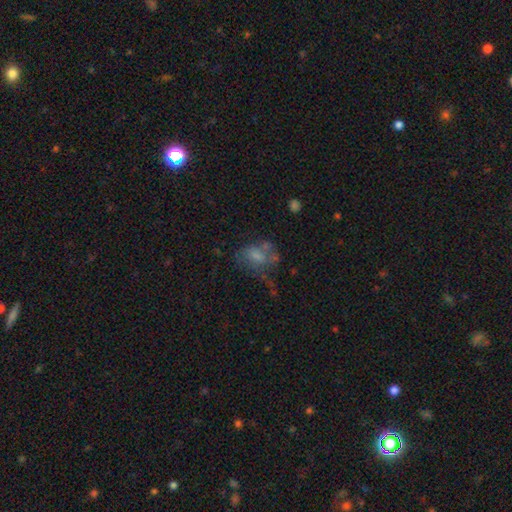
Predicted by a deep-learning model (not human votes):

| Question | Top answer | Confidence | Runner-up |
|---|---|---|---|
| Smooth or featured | smooth | 41% | featured or disk (39%) |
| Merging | none | 37% | major disturbance (31%) |